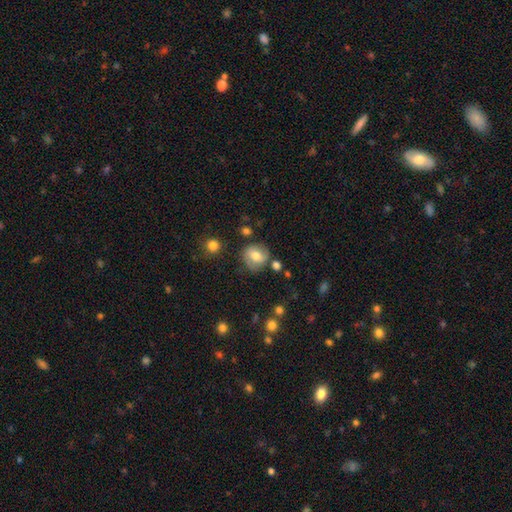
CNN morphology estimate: The model was most divided on "smooth or featured": smooth: 59%, featured or disk: 32%, star or artifact: 9%. More confident: how rounded — round (77%); merging — none (70%).